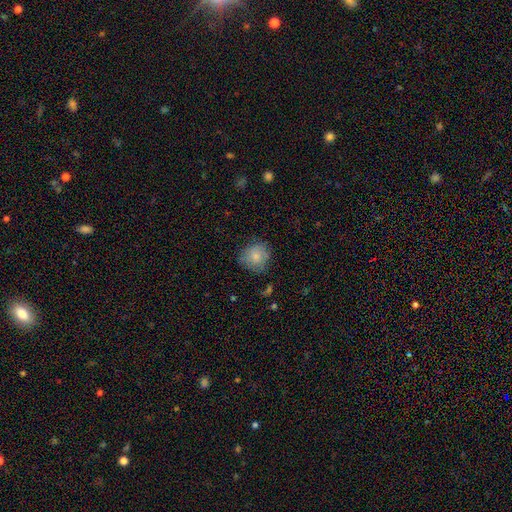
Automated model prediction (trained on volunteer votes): Q: Smooth or featured?
A: smooth (81%); runner-up: featured or disk (11%)
Q: How rounded?
A: round (87%); runner-up: in between (12%)
Q: Merging?
A: none (74%); runner-up: minor disturbance (19%)